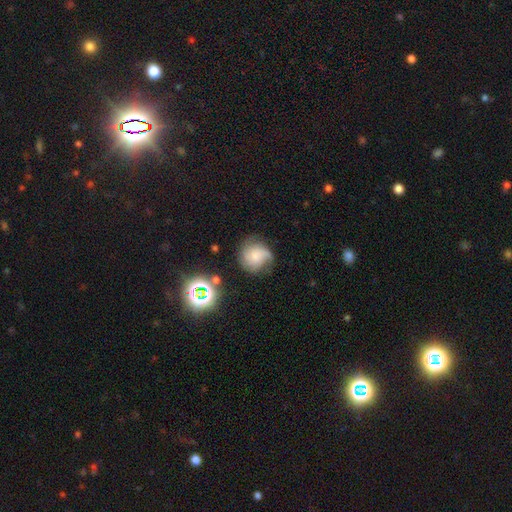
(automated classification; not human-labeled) A smooth galaxy with no disk features (47%). Merging: none (56%).